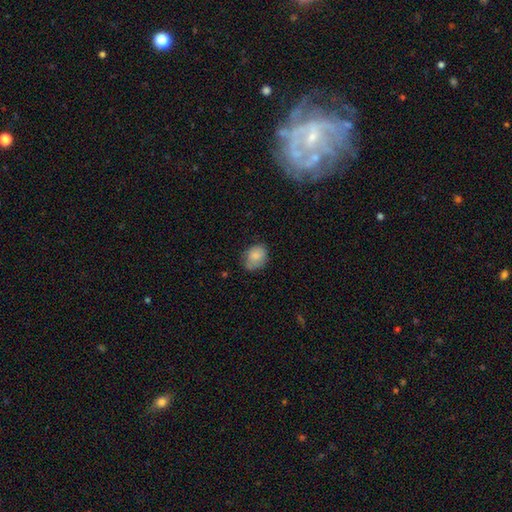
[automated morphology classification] Smooth or featured: smooth — 81% (featured or disk — 12%)
How rounded: in between — 59% (round — 40%)
Merging: none — 68% (minor disturbance — 25%)